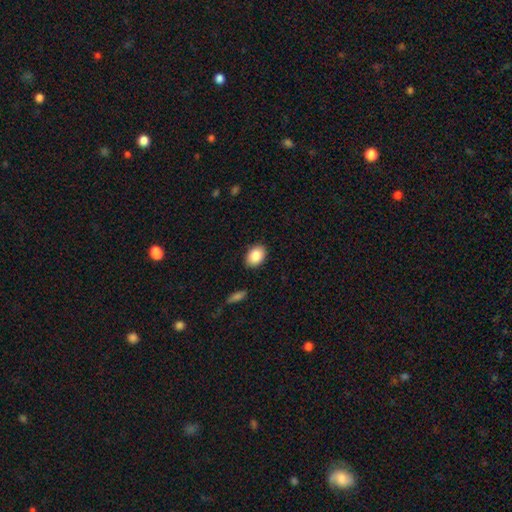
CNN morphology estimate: This is clearly a smooth galaxy (85%). How rounded: likely in between (79%). Merging: clearly none (88%).